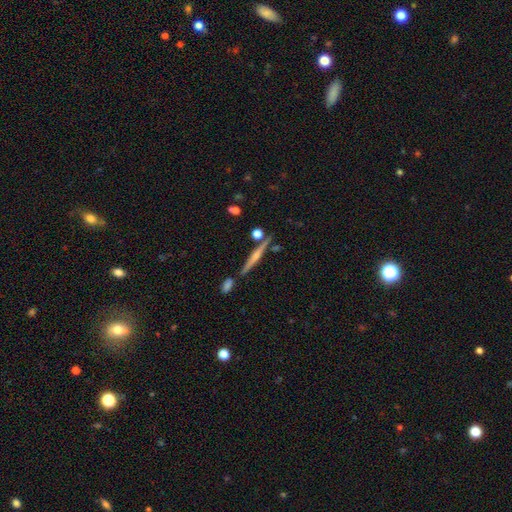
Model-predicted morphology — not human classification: Smooth or featured? featured or disk (62%)
Edge-on disk? yes (97%)
Edge-on bulge? rounded (60%)
Merging? none (81%)